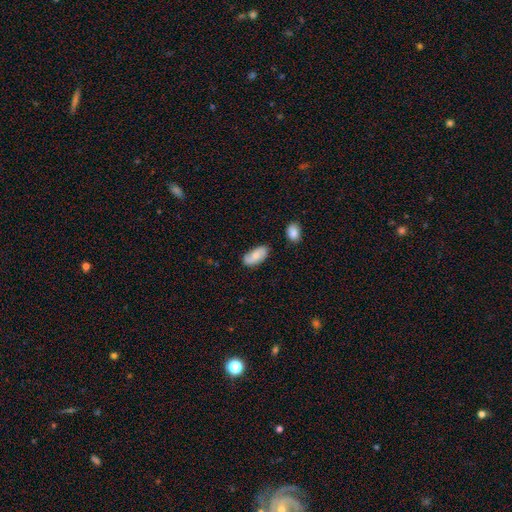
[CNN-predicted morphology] Smooth or featured? Predicted: smooth (p=0.55). How rounded? Predicted: in between (p=0.93). Merging? Predicted: none (p=0.75).